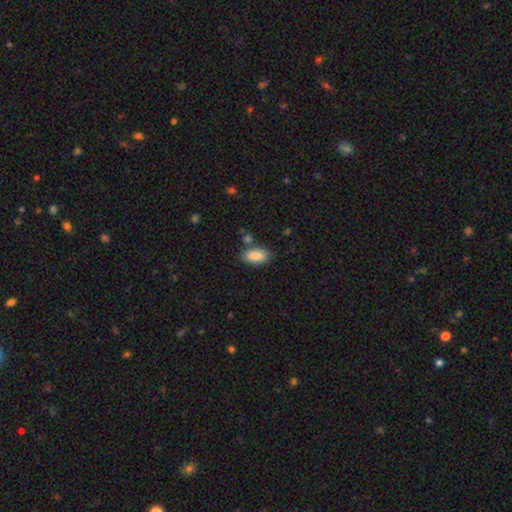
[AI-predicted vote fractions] A smooth galaxy with no disk features (87%) that is in between round and cigar-shaped (90%). Merging: none (76%).